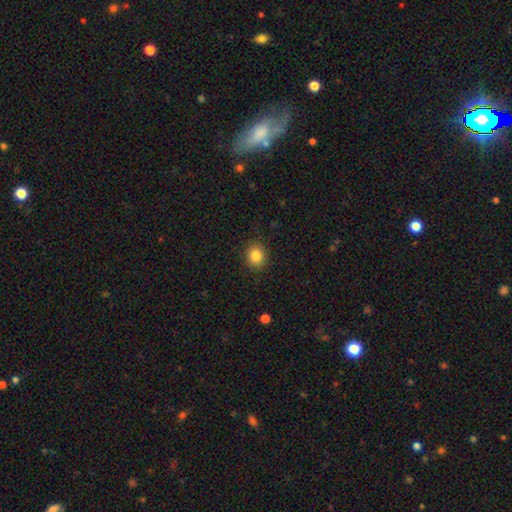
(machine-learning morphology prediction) Smooth or featured? Predicted: smooth (p=0.85). How rounded? Predicted: round (p=0.75). Merging? Predicted: none (p=0.89).